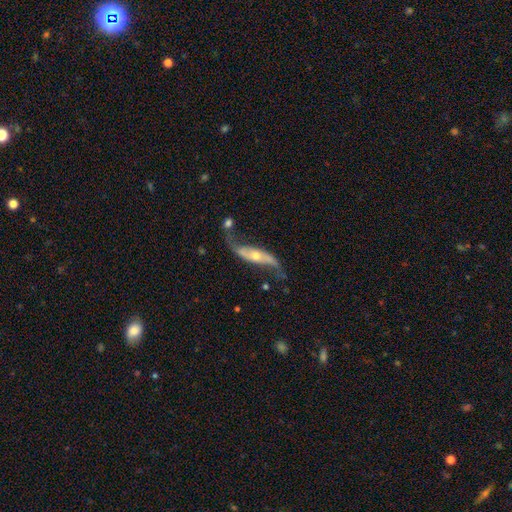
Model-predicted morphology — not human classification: A featured or disk galaxy (84%) with no bar (52%), 2 (92%) loose (87%) spiral arms (92%) and a moderate central bulge (50%). Merging: none (58%).